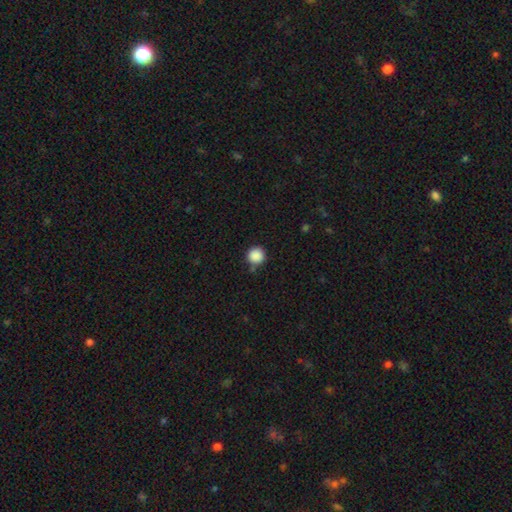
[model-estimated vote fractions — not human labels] This appears to be a smooth galaxy with no disk features (88%) that is round (94%). Merging: none (82%).